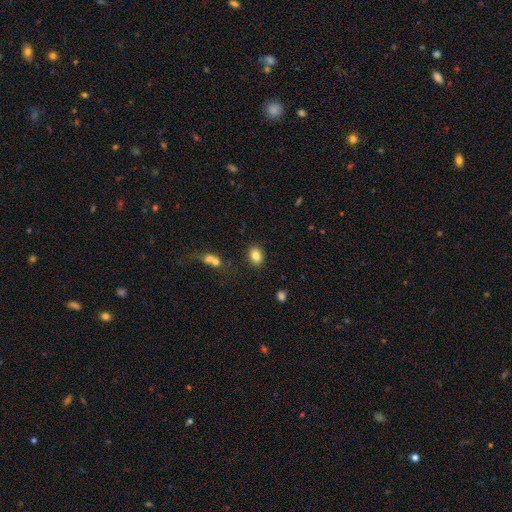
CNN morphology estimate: A smooth galaxy with no disk features (83%) that is in between round and cigar-shaped (66%).

Vote fractions:
- Smooth or featured? smooth: 83% / star or artifact: 10% / featured or disk: 8%
- How rounded? in between: 66% / round: 33% / cigar-shaped: 1%
- Merging? none: 84% / minor disturbance: 9% / merger: 4% / major disturbance: 3%